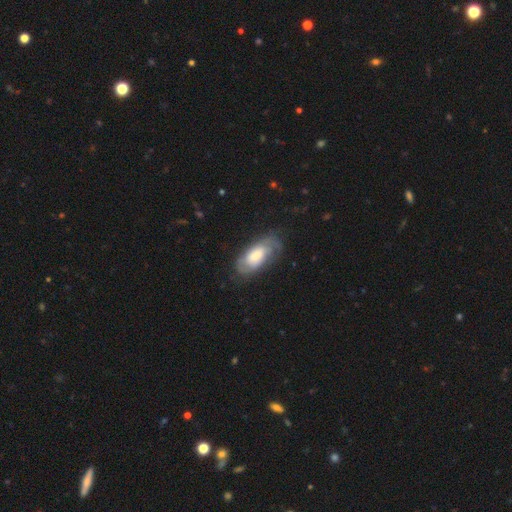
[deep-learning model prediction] smooth_or_featured: featured or disk (p=0.47) [alt: smooth p=0.46]
merging: none (p=0.59) [alt: minor disturbance p=0.26]